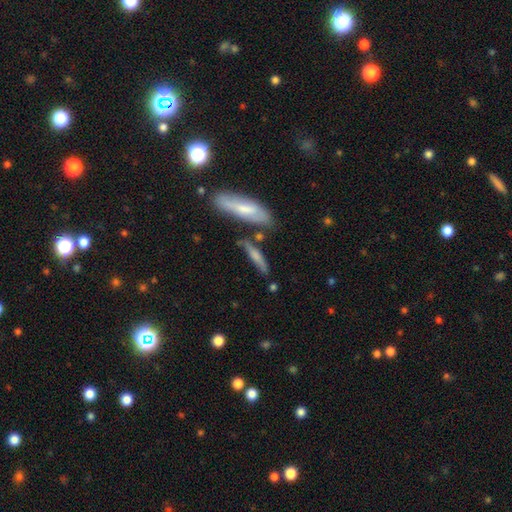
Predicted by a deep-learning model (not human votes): This is possibly a smooth galaxy (59%). How rounded: likely cigar-shaped (79%). Merging: likely none (63%).